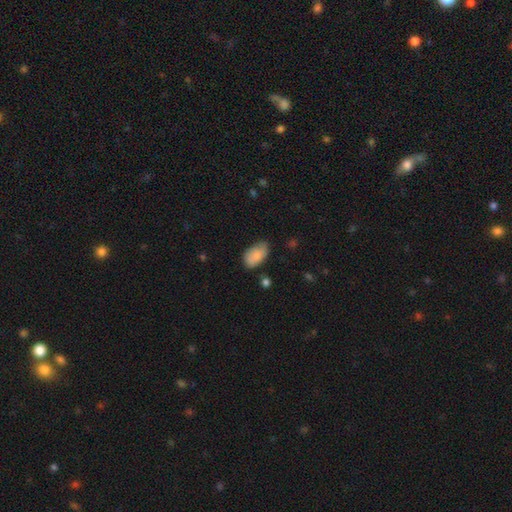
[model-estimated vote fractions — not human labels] smooth-or-featured: smooth: 81% | featured or disk: 12% | star or artifact: 7%
  how-rounded: in between: 93% | round: 5% | cigar-shaped: 2%
  merging: none: 61% | minor disturbance: 31% | major disturbance: 5% | merger: 2%